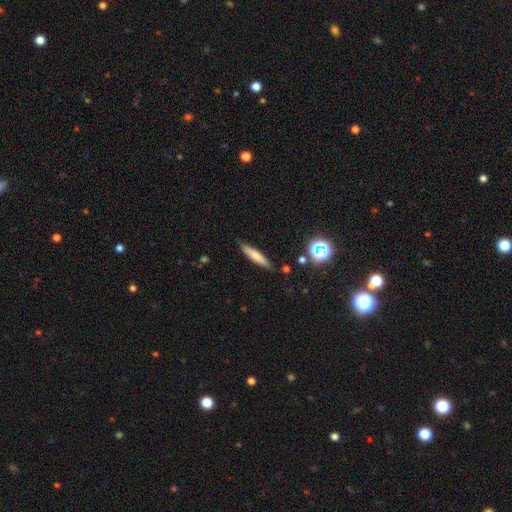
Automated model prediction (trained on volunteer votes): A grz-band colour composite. It shows a smooth galaxy with no disk features (63%) that is cigar-shaped (87%). Merging: none (84%).